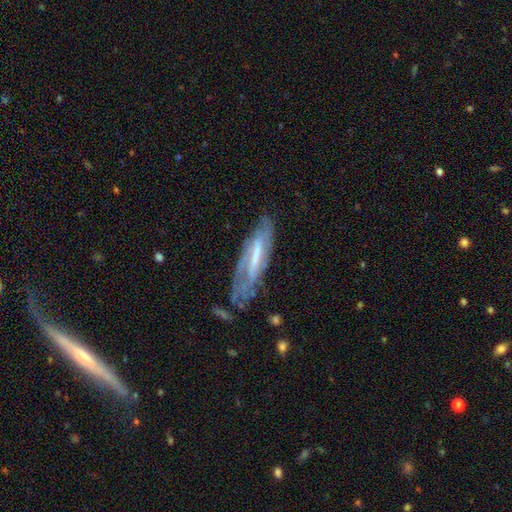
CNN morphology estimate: The model was most divided on "edge-on disk": no: 59%, yes: 41%. More confident: smooth or featured — featured or disk (70%); merging — none (57%).